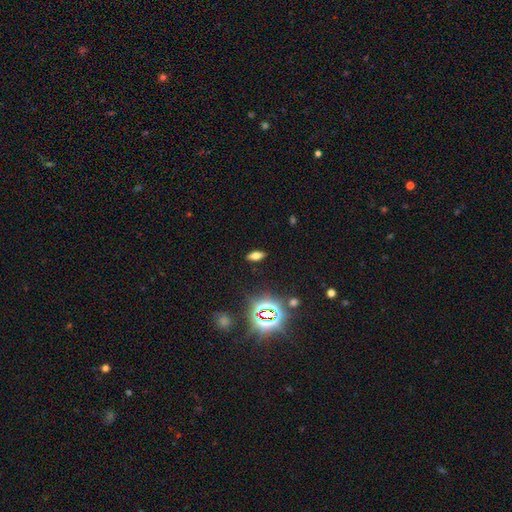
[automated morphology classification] Smooth or featured?
  - smooth: 61% *
  - star or artifact: 25%
  - featured or disk: 14%
How rounded?
  - in between: 77% *
  - cigar-shaped: 18%
  - round: 5%
Merging?
  - none: 88% *
  - minor disturbance: 8%
  - major disturbance: 2%
  - merger: 1%